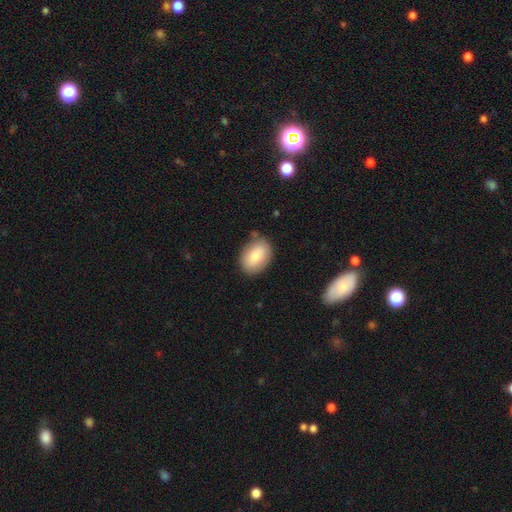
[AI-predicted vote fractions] Morphology: type=smooth (80%); roundness=in between (81%); merging=none (81%).